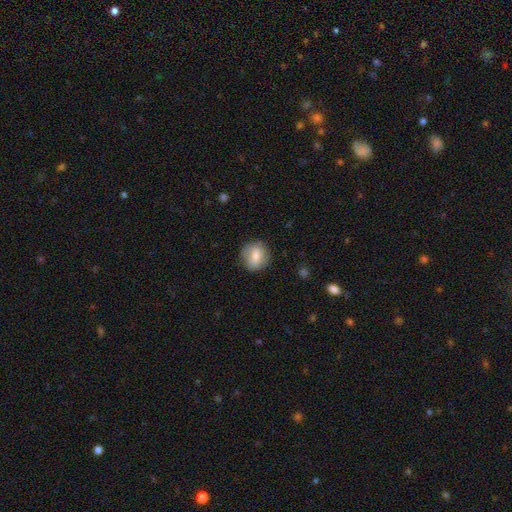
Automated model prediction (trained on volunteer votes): This is likely a smooth galaxy (71%). How rounded: clearly round (85%). Merging: clearly none (83%).